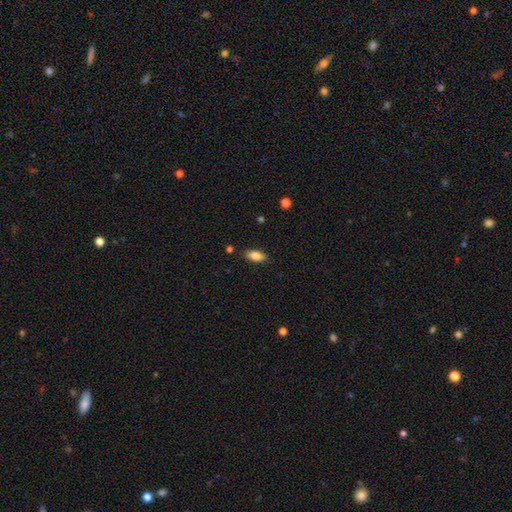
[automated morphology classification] smooth 83%, featured or disk 9%, star or artifact 8%. Down the decision tree: how rounded — in between (88%); merging — none (85%).